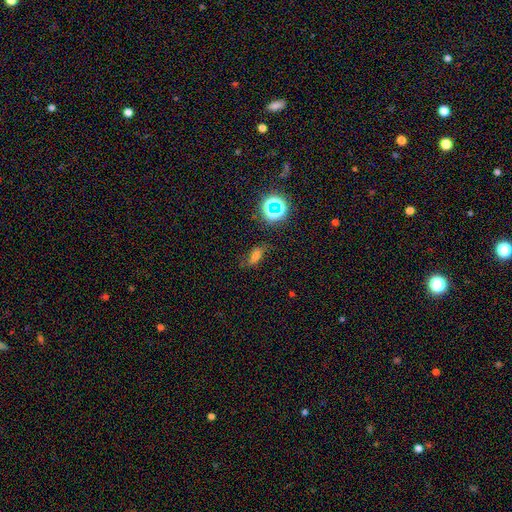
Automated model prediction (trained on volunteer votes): Smooth or featured? smooth (57%)
How rounded? in between (72%)
Merging? none (65%)